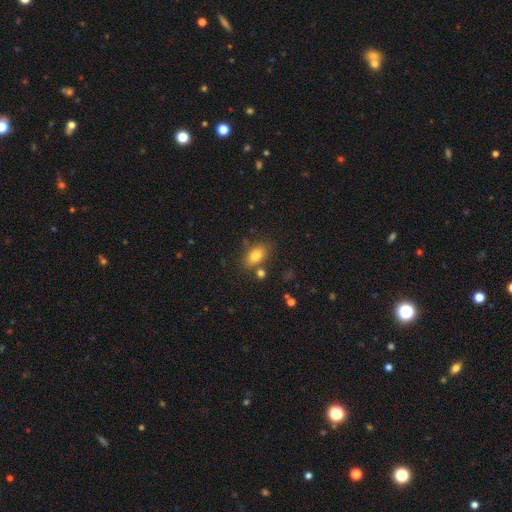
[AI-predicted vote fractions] smooth 81%, featured or disk 10%, star or artifact 9%. Down the decision tree: how rounded — in between (87%); merging — none (72%).